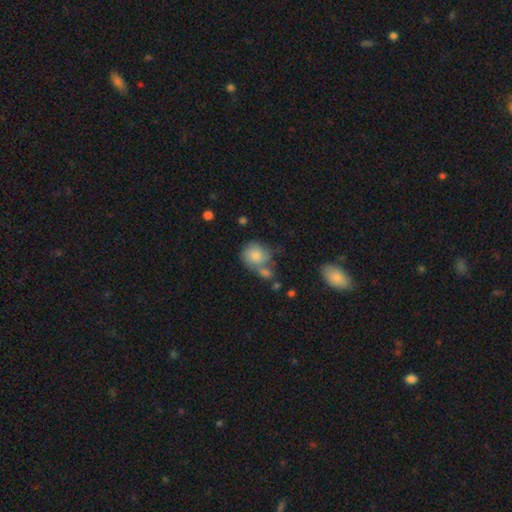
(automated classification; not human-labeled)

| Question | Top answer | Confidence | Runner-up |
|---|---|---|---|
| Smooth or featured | smooth | 73% | featured or disk (19%) |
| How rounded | round | 72% | in between (27%) |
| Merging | none | 38% | merger (33%) |